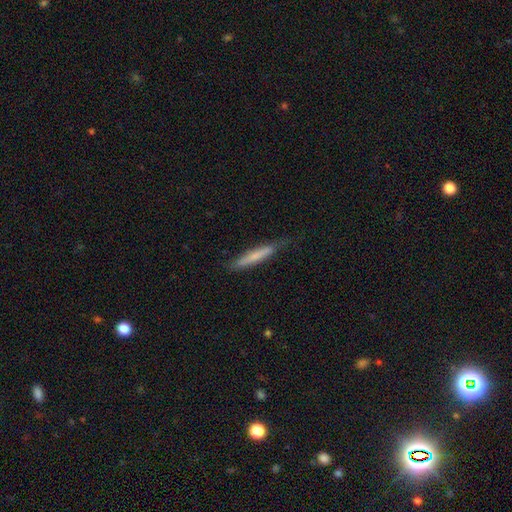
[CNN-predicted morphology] type=smooth (63%); roundness=cigar-shaped (94%); merging=none (74%).